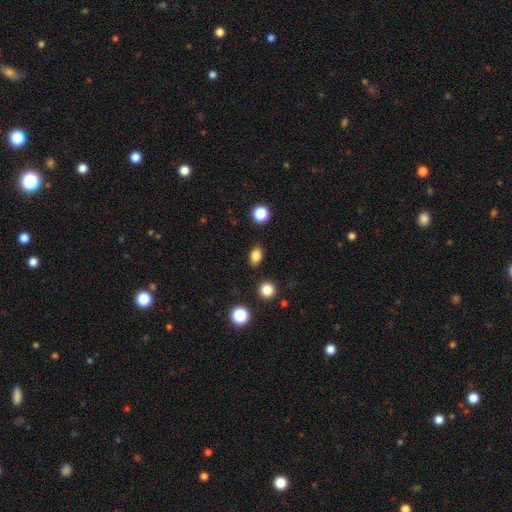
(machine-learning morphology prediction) Overall: smooth (83%). How rounded: in between (80%). Merging: none (86%).